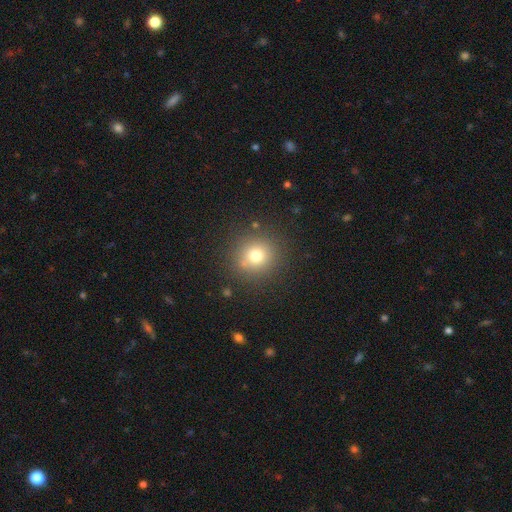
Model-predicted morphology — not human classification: Smooth or featured? smooth (74%)
How rounded? round (91%)
Merging? none (85%)